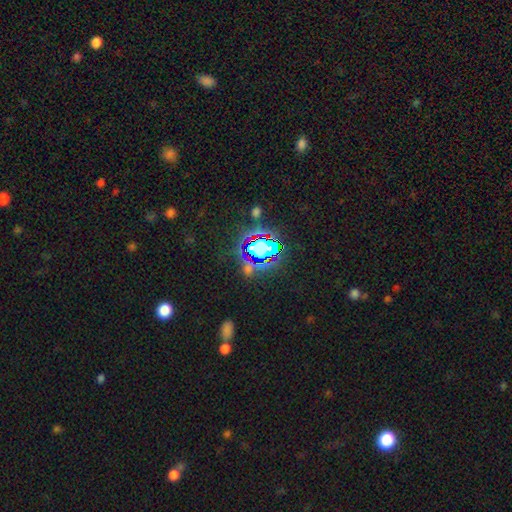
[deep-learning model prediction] Smooth or featured? Predicted: star or artifact (p=0.80).